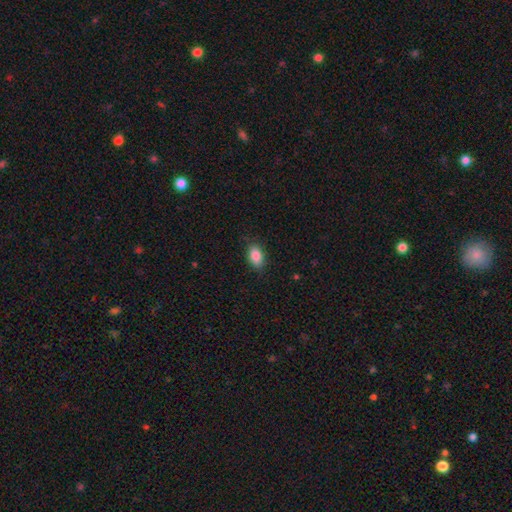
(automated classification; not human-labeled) This appears to be a smooth galaxy with no disk features (87%) that is in between round and cigar-shaped (89%). Merging: none (83%).